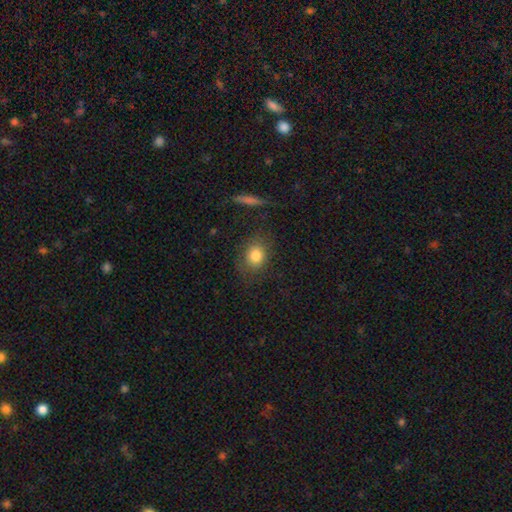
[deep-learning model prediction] smooth 81%, featured or disk 10%, star or artifact 9%. Down the decision tree: how rounded — in between (51%); merging — none (76%).